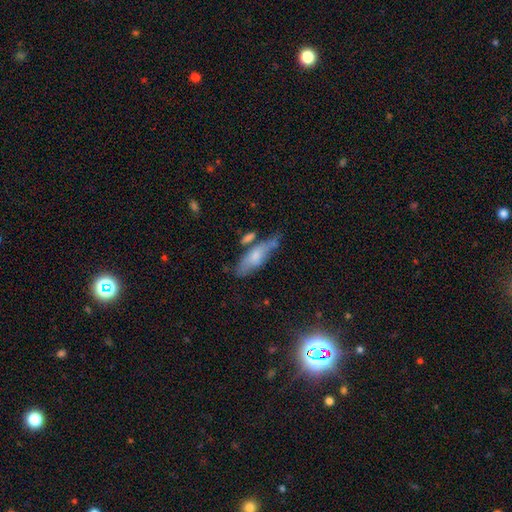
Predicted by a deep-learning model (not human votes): Overall: smooth (64%; featured or disk 29%). How rounded: in between (53%; cigar-shaped 45%). Merging: none (51%; minor disturbance 25%).